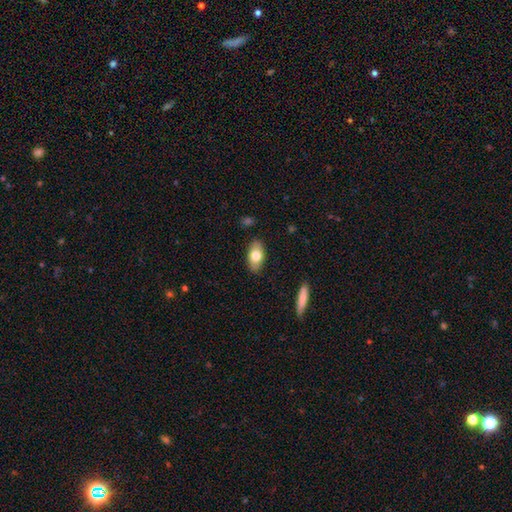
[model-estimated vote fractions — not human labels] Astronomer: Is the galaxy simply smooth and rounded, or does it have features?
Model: smooth — 74%.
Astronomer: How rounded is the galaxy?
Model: in between — 91%.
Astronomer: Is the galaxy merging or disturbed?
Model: none — 87%.